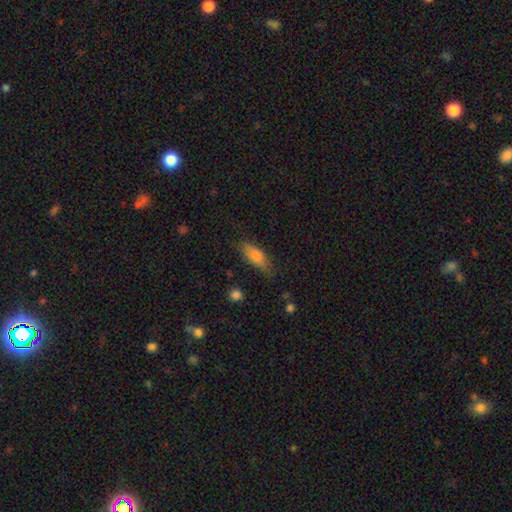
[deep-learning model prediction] This is likely a smooth galaxy (75%). How rounded: likely in between (69%). Merging: likely none (69%).